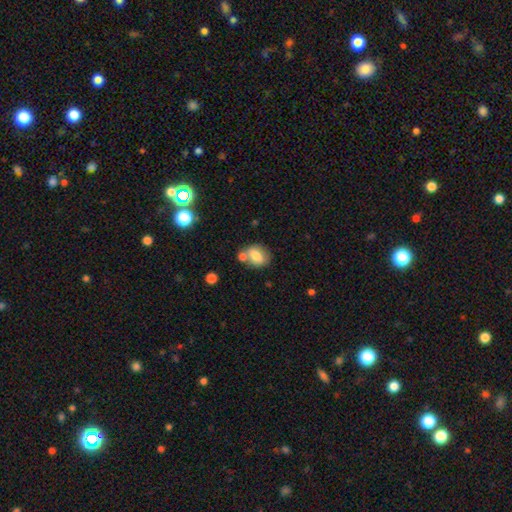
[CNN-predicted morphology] A smooth galaxy with no disk features (73%) that is in between round and cigar-shaped (60%).

Vote fractions:
- Smooth or featured? smooth: 73% / featured or disk: 18% / star or artifact: 9%
- How rounded? in between: 60% / round: 38% / cigar-shaped: 2%
- Merging? none: 55% / merger: 26% / minor disturbance: 15% / major disturbance: 5%